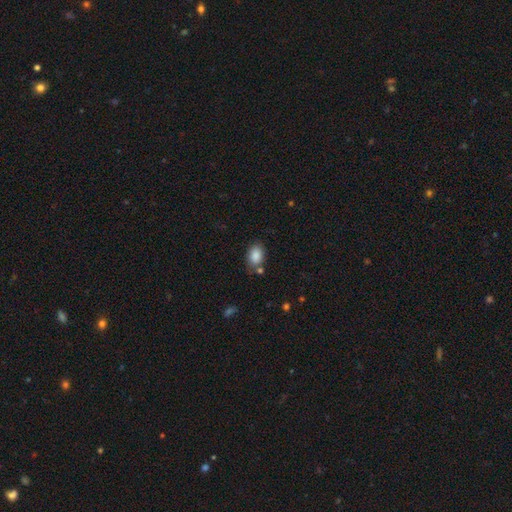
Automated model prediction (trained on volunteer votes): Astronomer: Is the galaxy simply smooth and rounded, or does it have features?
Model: smooth — 87%.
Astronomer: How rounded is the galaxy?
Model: in between — 83%.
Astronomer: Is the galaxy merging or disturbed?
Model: none — 71%.